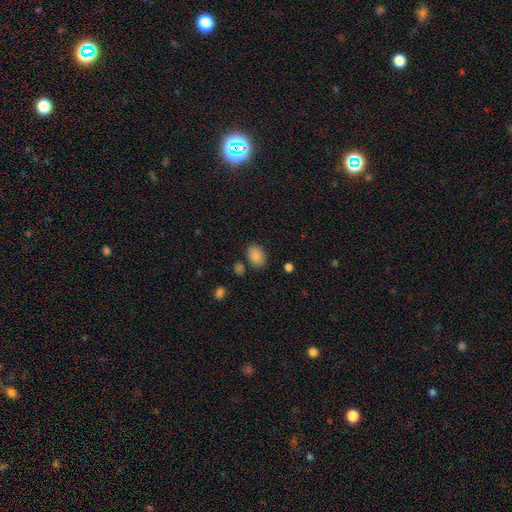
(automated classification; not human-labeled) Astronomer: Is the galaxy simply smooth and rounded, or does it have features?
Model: smooth — 86%.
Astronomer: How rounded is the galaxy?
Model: in between — 81%.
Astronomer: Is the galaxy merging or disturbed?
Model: none — 80%.